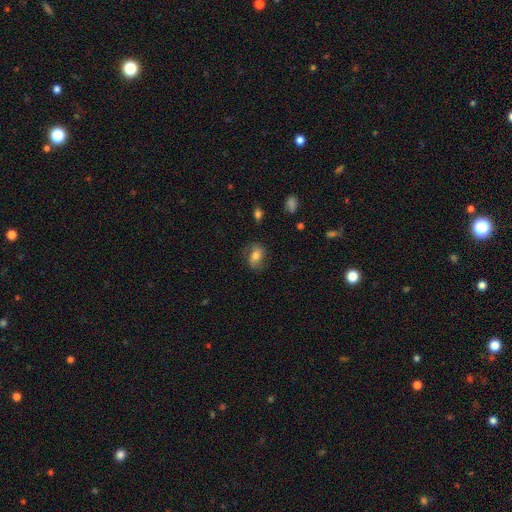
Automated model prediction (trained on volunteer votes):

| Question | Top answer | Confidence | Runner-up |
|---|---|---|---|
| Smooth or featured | smooth | 64% | featured or disk (27%) |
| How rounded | in between | 74% | round (24%) |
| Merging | none | 71% | minor disturbance (20%) |